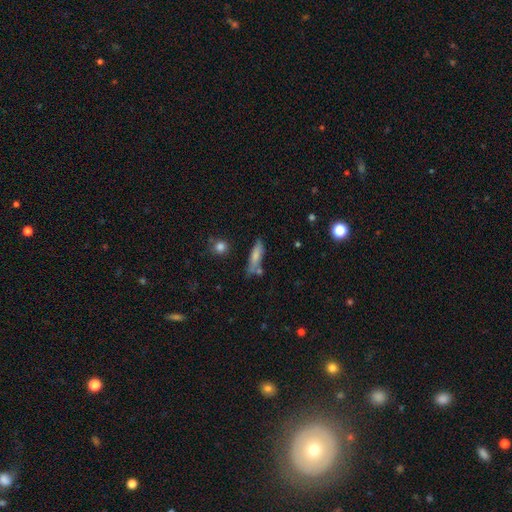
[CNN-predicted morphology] A smooth galaxy with no disk features (73%) that is cigar-shaped (59%). Merging: none (61%).